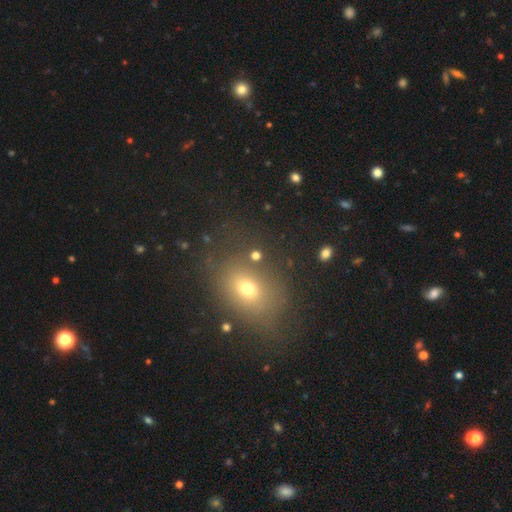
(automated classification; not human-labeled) Overall: smooth (67%). How rounded: round (60%; in between 38%). Merging: none (76%).